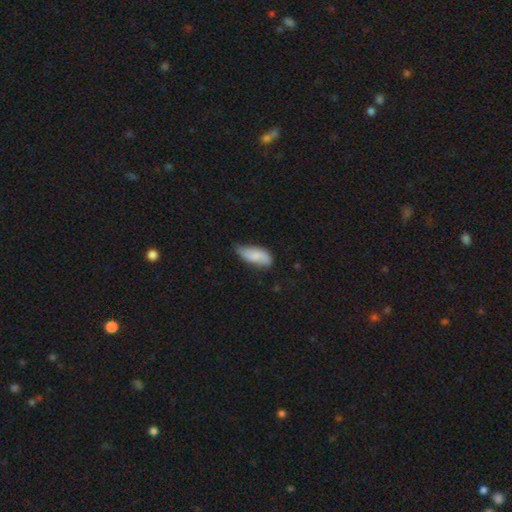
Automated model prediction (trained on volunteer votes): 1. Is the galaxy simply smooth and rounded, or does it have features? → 71% smooth, 23% featured or disk, 6% star or artifact.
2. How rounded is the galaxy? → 86% in between, 12% cigar-shaped, 2% round.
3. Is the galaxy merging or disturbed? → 49% none, 41% minor disturbance, 8% major disturbance, 2% merger.